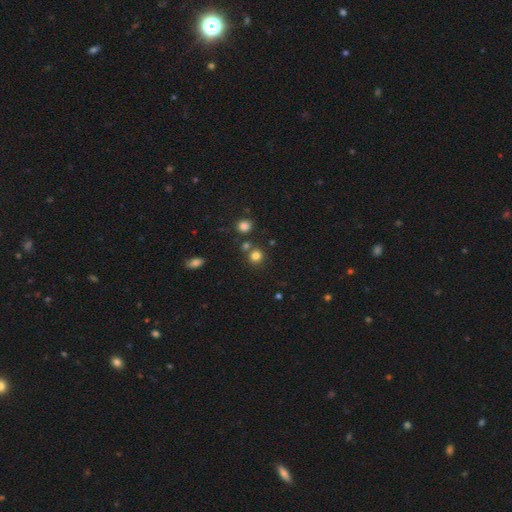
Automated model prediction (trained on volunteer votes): Q: Smooth or featured?
A: smooth (79%); runner-up: star or artifact (15%)
Q: How rounded?
A: round (87%); runner-up: in between (12%)
Q: Merging?
A: none (73%); runner-up: merger (15%)